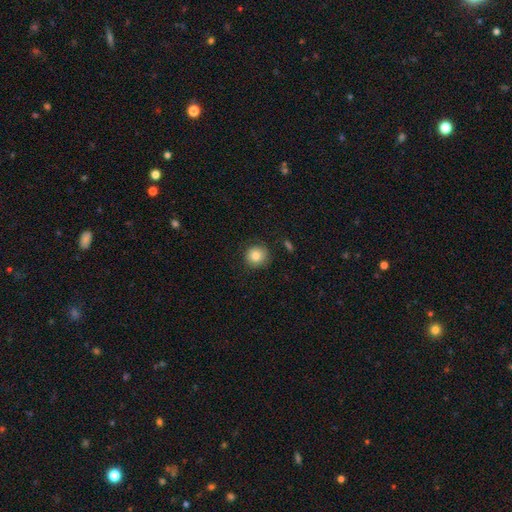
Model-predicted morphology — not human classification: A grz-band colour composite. It shows a smooth galaxy with no disk features (83%) that is round (91%). Merging: none (85%).